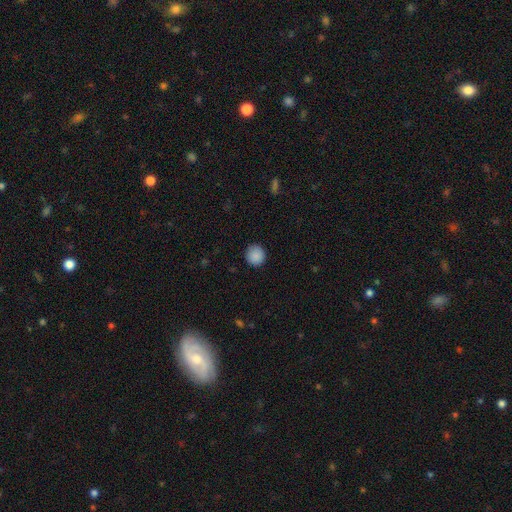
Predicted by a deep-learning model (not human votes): Smooth or featured: smooth — 89% (star or artifact — 8%)
How rounded: round — 94% (in between — 5%)
Merging: none — 91% (minor disturbance — 6%)